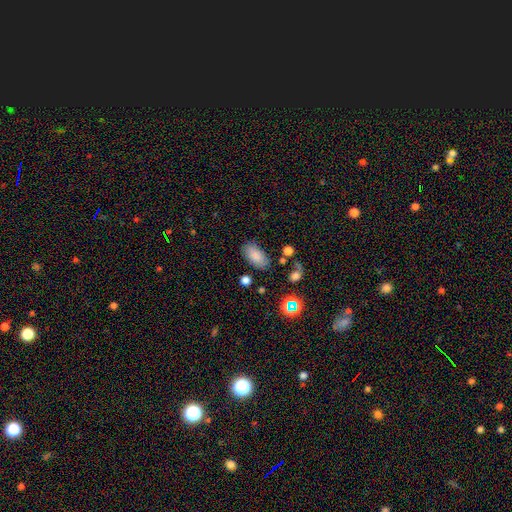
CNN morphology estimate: Overall: smooth (83%). How rounded: in between (93%). Merging: none (79%).